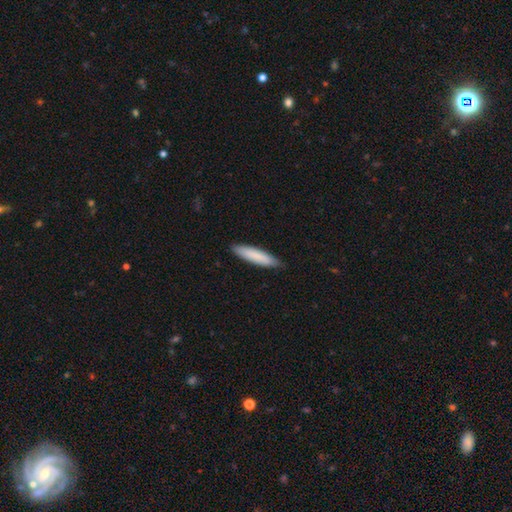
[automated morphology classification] Smooth or featured: smooth — 84% (featured or disk — 10%)
How rounded: cigar-shaped — 81% (in between — 18%)
Merging: none — 86% (minor disturbance — 11%)